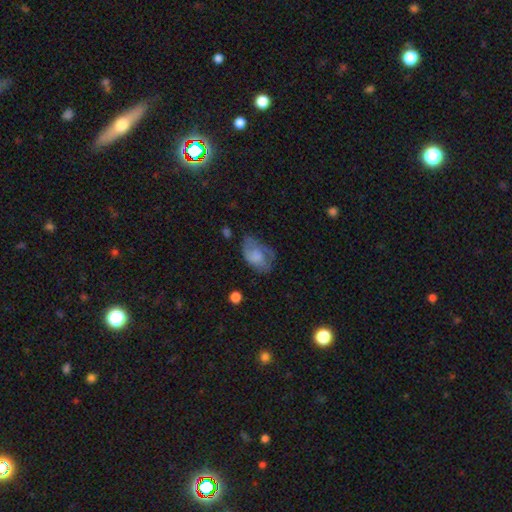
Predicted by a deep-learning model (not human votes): smooth_or_featured: smooth (p=0.61) [alt: featured or disk p=0.30]
how_rounded: in between (p=0.88) [alt: round p=0.10]
merging: none (p=0.42) [alt: minor disturbance p=0.32]